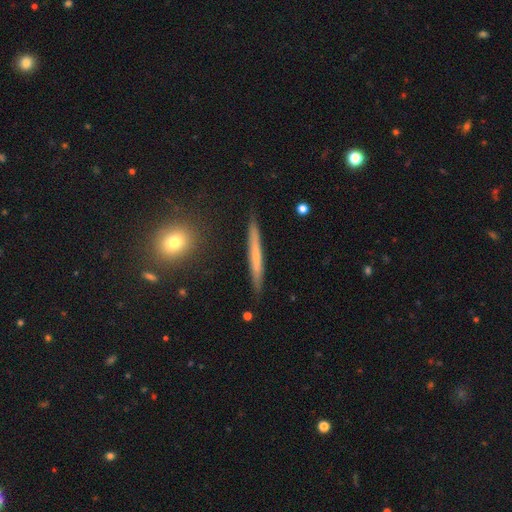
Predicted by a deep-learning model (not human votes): A featured or disk galaxy (47%, tied with smooth).

Vote fractions:
- Smooth or featured? featured or disk: 47% (tied) / smooth: 47% (tied) / star or artifact: 6%
- Merging? none: 89% / minor disturbance: 8% / major disturbance: 2% / merger: 1%